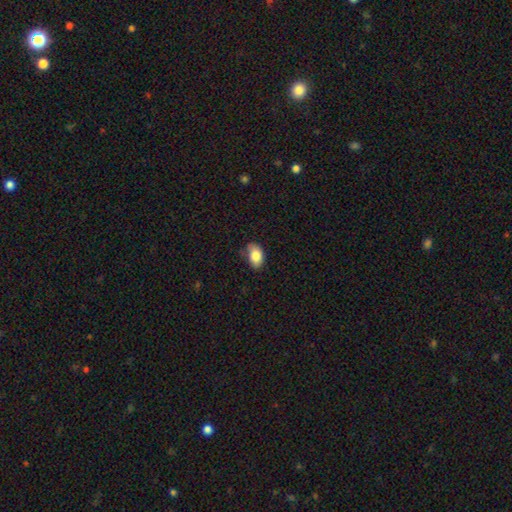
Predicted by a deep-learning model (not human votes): This is clearly a smooth galaxy (83%). How rounded: clearly in between (87%). Merging: possibly none (58%).